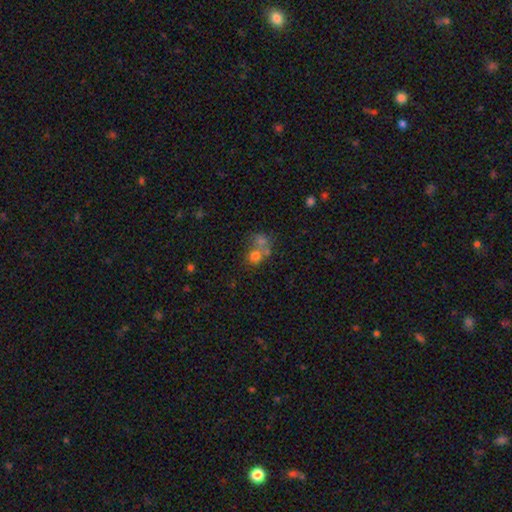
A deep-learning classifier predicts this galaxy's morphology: Overall: smooth (66%). How rounded: round (75%). Merging: merger (54%; none 32%).